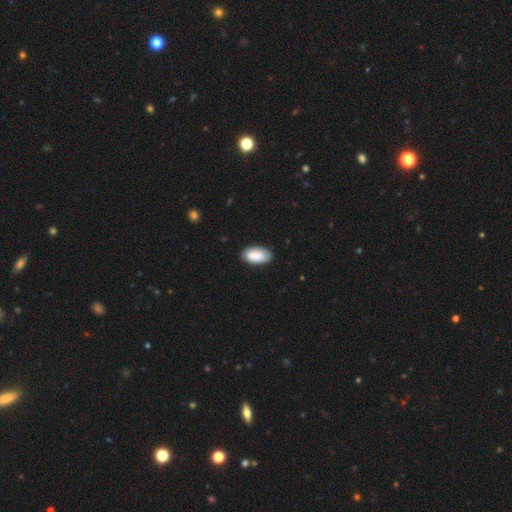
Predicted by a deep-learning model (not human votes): The model was most divided on "merging": none: 82%, minor disturbance: 15%, major disturbance: 2%, merger: 1%. More confident: how rounded — in between (95%); smooth or featured — smooth (85%).